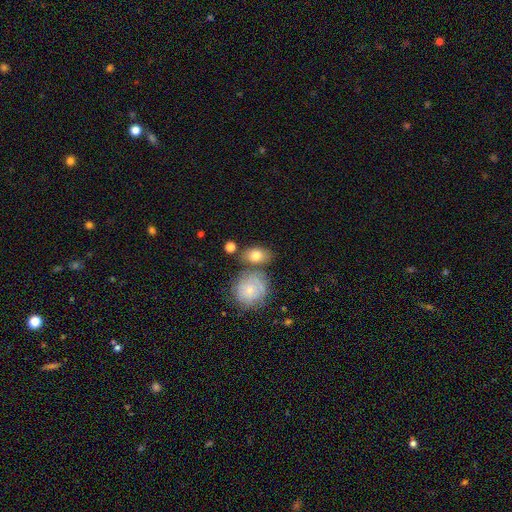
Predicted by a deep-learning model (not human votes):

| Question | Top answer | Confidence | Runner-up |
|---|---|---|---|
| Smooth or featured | smooth | 71% | featured or disk (21%) |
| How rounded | in between | 70% | round (28%) |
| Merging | none | 62% | merger (17%) |